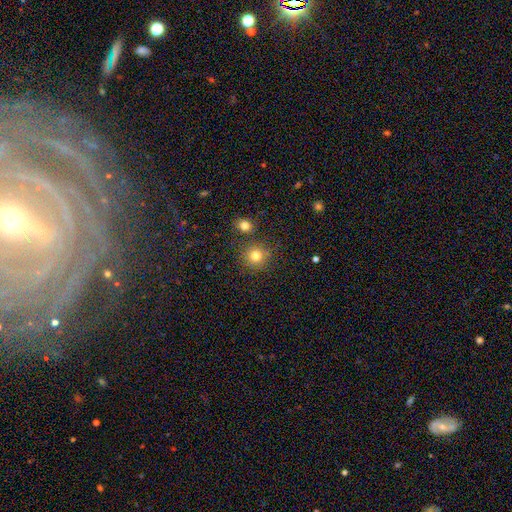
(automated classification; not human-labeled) Morphology: type=smooth (80%); roundness=round (91%); merging=none (79%).